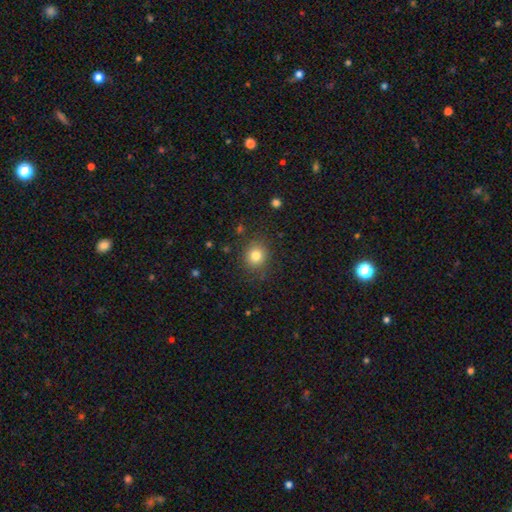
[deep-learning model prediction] Smooth or featured? smooth (80%)
How rounded? round (81%)
Merging? none (85%)